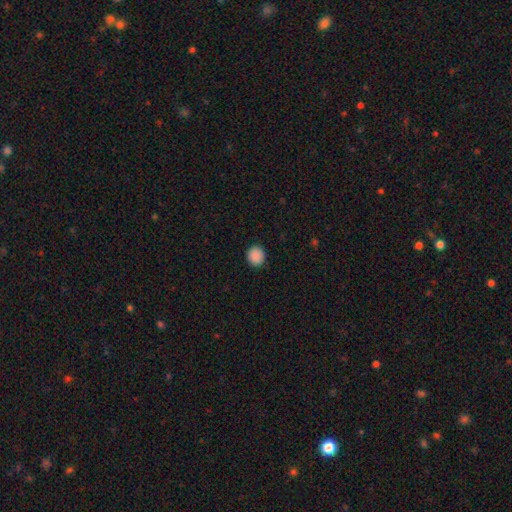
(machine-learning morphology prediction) Smooth or featured? Predicted: smooth (p=0.89). How rounded? Predicted: round (p=0.89). Merging? Predicted: none (p=0.92).